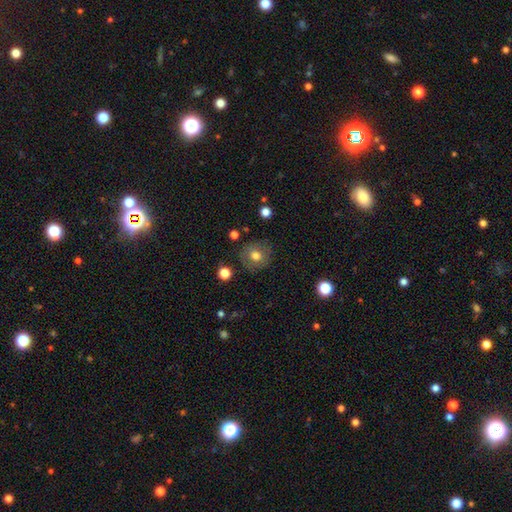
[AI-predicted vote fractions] A smooth galaxy with no disk features (74%) that is round (87%).

Vote fractions:
- Smooth or featured? smooth: 74% / featured or disk: 17% / star or artifact: 10%
- How rounded? round: 87% / in between: 12% / cigar-shaped: 1%
- Merging? none: 84% / minor disturbance: 11% / major disturbance: 4% / merger: 2%